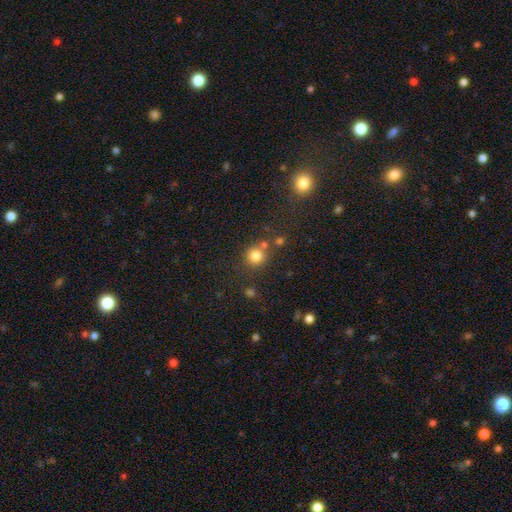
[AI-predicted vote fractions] Overall: smooth (80%). How rounded: round (90%). Merging: none (70%).